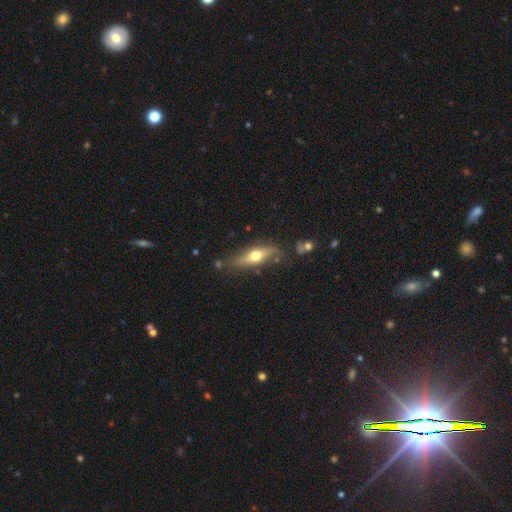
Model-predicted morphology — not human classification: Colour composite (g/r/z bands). It shows a featured or disk galaxy (51%) viewed edge-on (83%). Merging: none (73%).